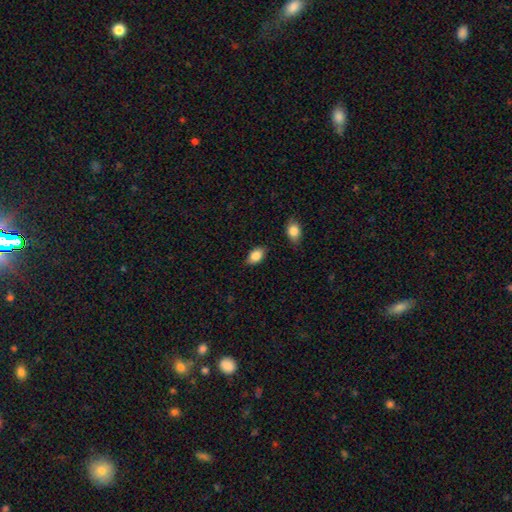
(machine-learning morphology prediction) smooth-or-featured: smooth: 86% | star or artifact: 7% | featured or disk: 6%
  how-rounded: in between: 88% | round: 10% | cigar-shaped: 2%
  merging: none: 80% | minor disturbance: 15% | major disturbance: 3% | merger: 2%